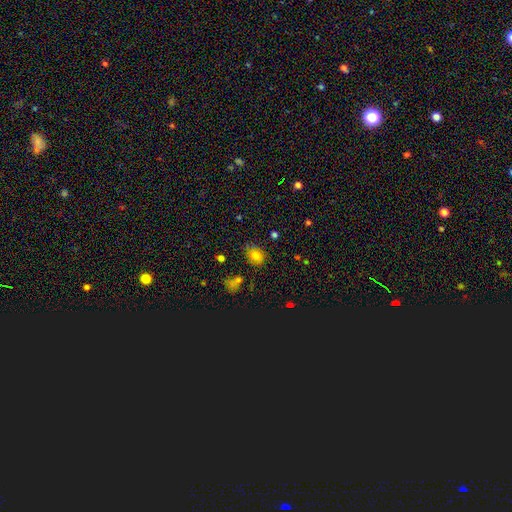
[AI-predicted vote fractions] Smooth or featured: smooth — 76% (star or artifact — 14%)
How rounded: in between — 53% (round — 46%)
Merging: none — 73% (minor disturbance — 18%)